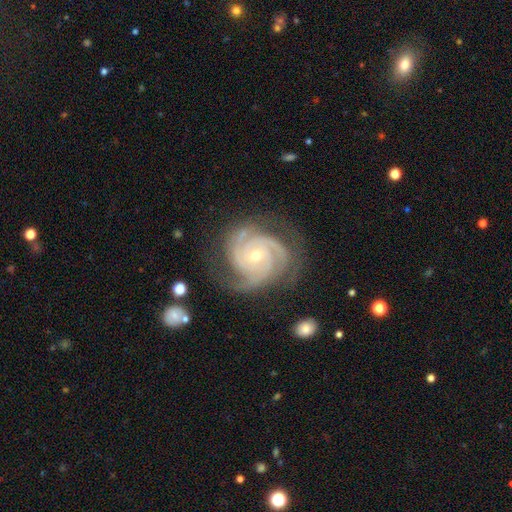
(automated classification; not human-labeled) smooth-or-featured: featured or disk: 93% | star or artifact: 4% | smooth: 3%
  disk-edge-on: no: 98% | yes: 2%
    bar: no: 72% | weak: 21% | strong: 7%
    has-spiral-arms: yes: 99% | no: 1%
      spiral-winding: tight: 72% | medium: 25% | loose: 3%
      spiral-arm-count: 3: 61% | 4: 19% | 2: 8% | can't tell: 5% | more than 4: 4% | 1: 4%
    bulge-size: small: 59% | moderate: 39% | large: 1% | none: 1% | dominant: 1%
  merging: none: 75% | minor disturbance: 18% | major disturbance: 6% | merger: 2%